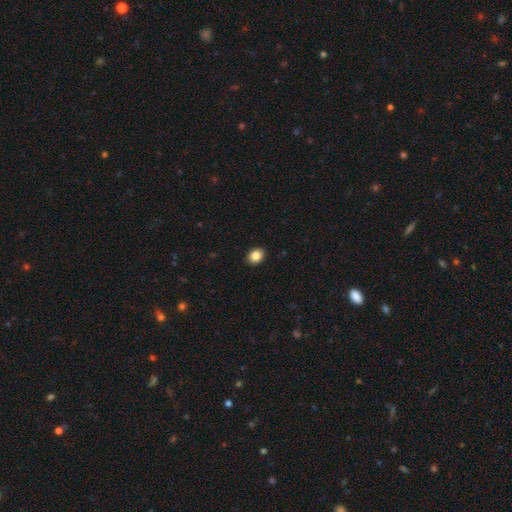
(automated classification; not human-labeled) This appears to be a smooth galaxy with no disk features (86%) that is in between round and cigar-shaped (56%). Merging: none (92%).